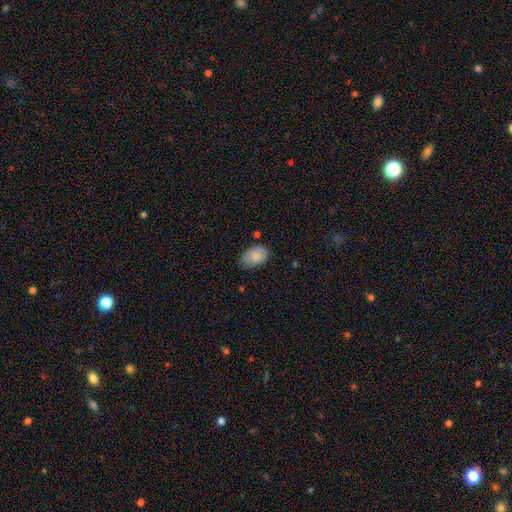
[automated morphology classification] Overall: smooth (86%). How rounded: in between (90%). Merging: none (73%).